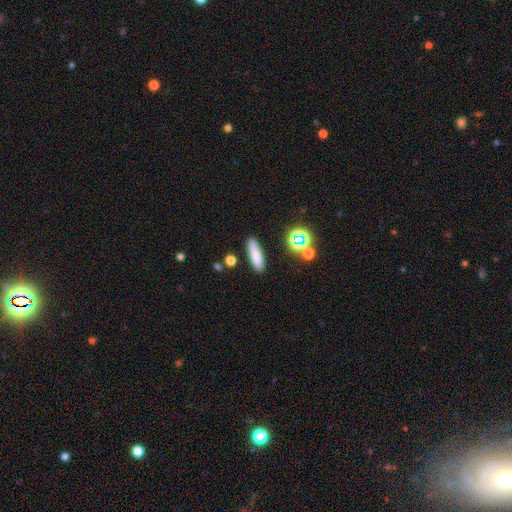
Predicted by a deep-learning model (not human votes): Morphology: type=smooth (78%); roundness=cigar-shaped (73%); merging=none (85%).